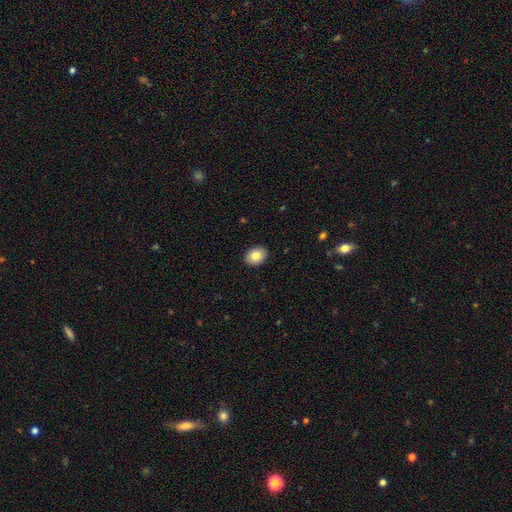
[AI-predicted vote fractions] smooth 84%, featured or disk 9%, star or artifact 8%. Down the decision tree: how rounded — in between (66%); merging — none (90%).